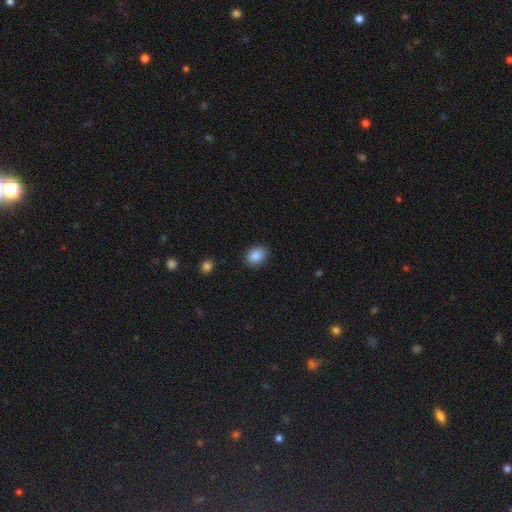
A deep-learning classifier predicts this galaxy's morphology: smooth-or-featured: smooth: 87% | star or artifact: 9% | featured or disk: 5%
  how-rounded: in between: 53% | round: 46% | cigar-shaped: 1%
  merging: none: 87% | minor disturbance: 10% | major disturbance: 2% | merger: 1%